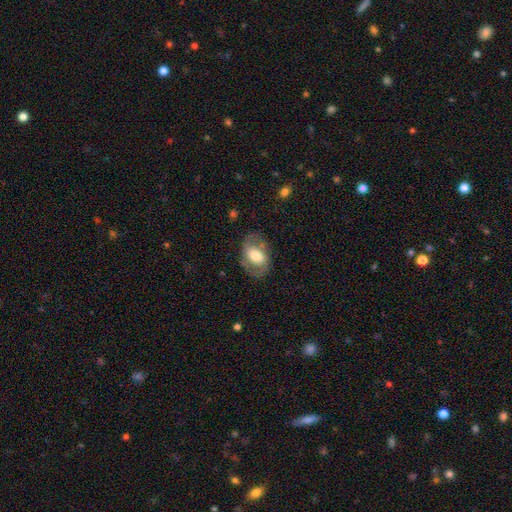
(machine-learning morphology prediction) Smooth or featured? featured or disk (53%)
Edge-on disk? no (95%)
Bar? no (42%)
Spiral arms? yes (64%)
Bulge size? moderate (59%)
Merging? none (70%)